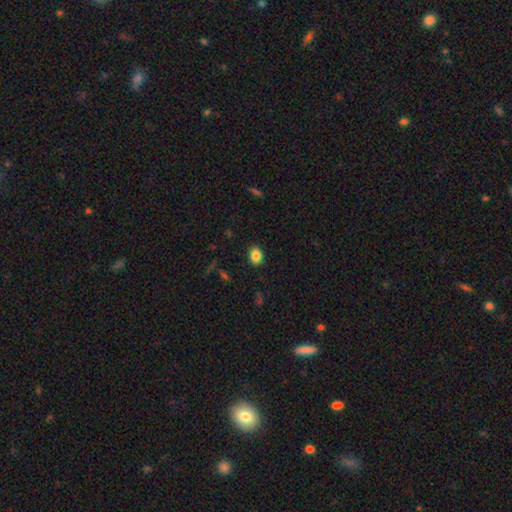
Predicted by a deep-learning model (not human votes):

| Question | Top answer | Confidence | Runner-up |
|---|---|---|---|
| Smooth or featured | smooth | 85% | star or artifact (10%) |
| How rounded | in between | 62% | round (37%) |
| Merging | none | 89% | minor disturbance (8%) |